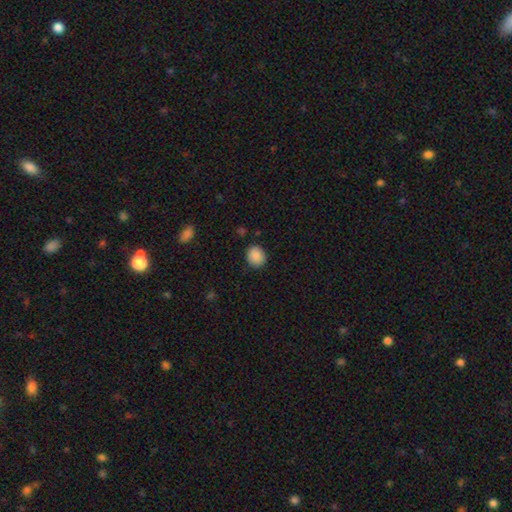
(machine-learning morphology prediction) A smooth galaxy with no disk features (88%) that is round (71%).

Vote fractions:
- Smooth or featured? smooth: 88% / star or artifact: 8% / featured or disk: 4%
- How rounded? round: 71% / in between: 28% / cigar-shaped: 1%
- Merging? none: 85% / minor disturbance: 11% / major disturbance: 2% / merger: 1%